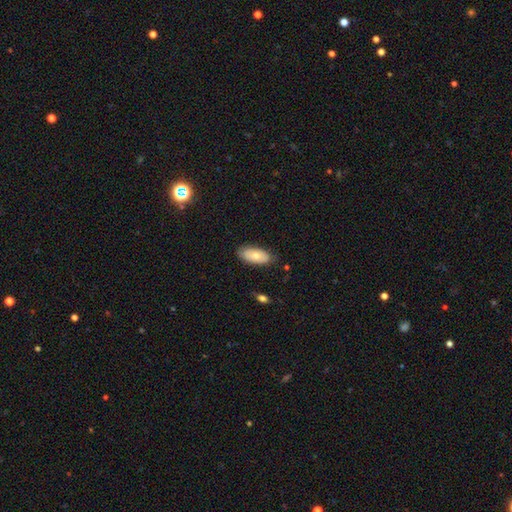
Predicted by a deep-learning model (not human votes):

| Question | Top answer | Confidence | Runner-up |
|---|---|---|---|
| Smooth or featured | smooth | 70% | featured or disk (23%) |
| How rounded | in between | 92% | cigar-shaped (6%) |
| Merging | none | 81% | minor disturbance (15%) |